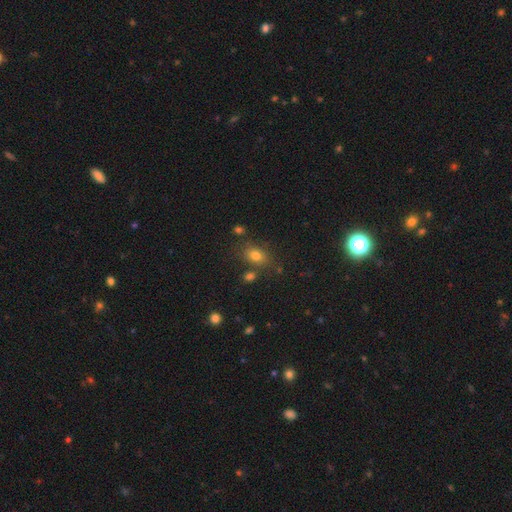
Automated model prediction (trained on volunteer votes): Smooth or featured: smooth — 77% (star or artifact — 14%)
How rounded: in between — 73% (round — 25%)
Merging: none — 73% (minor disturbance — 14%)